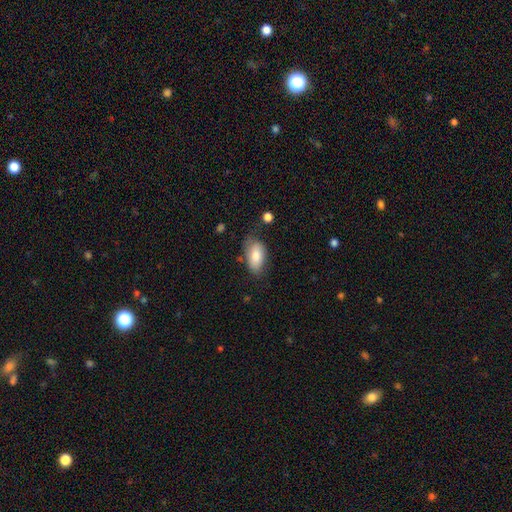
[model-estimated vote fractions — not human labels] smooth-or-featured: smooth: 80% | featured or disk: 14% | star or artifact: 7%
  how-rounded: in between: 93% | round: 4% | cigar-shaped: 3%
  merging: none: 63% | minor disturbance: 27% | major disturbance: 7% | merger: 3%